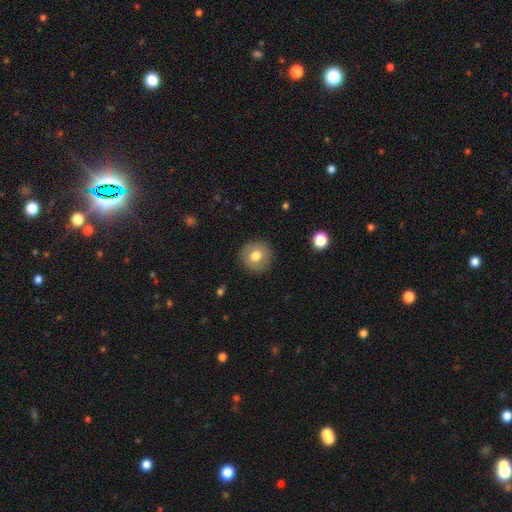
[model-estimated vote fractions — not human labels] This appears to be a smooth galaxy with no disk features (73%) that is round (92%). Merging: none (89%).